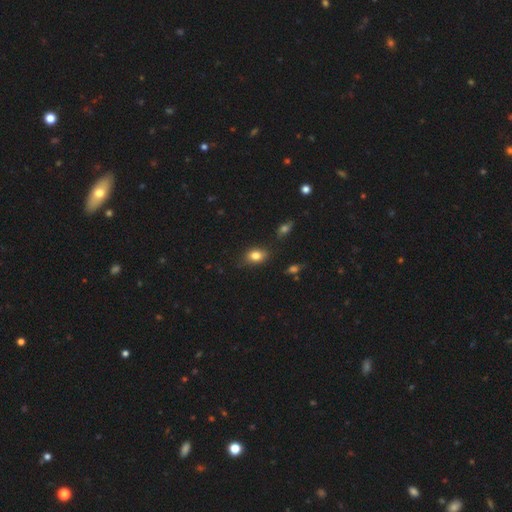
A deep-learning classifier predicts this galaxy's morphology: The model was most divided on "how rounded": in between: 76%, round: 22%, cigar-shaped: 2%. More confident: smooth or featured — smooth (82%); merging — none (75%).